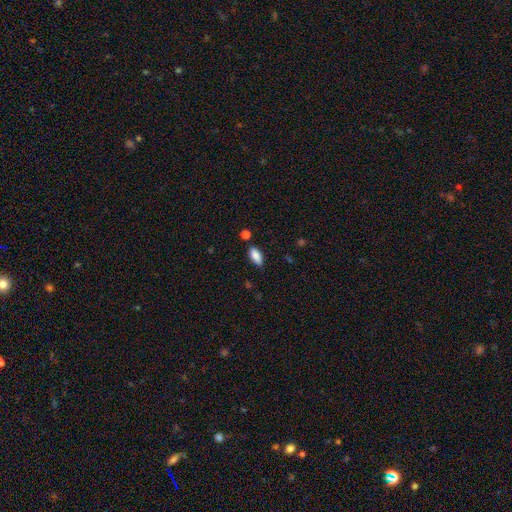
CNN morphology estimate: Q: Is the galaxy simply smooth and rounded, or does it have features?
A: smooth — 86%.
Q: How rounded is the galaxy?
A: in between — 84%.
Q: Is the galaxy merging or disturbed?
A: none — 76%.